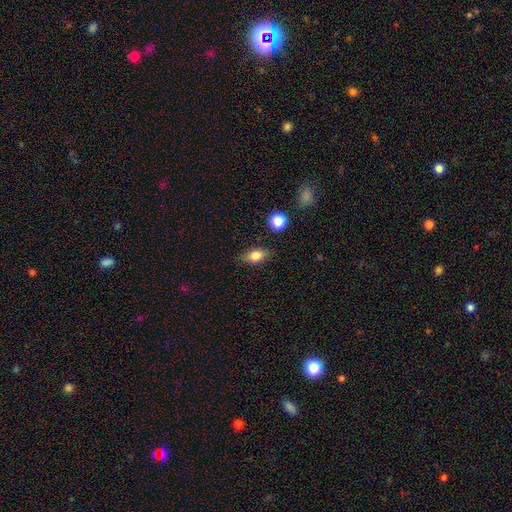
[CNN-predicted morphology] A smooth galaxy with no disk features (79%) that is in between round and cigar-shaped (78%). Merging: none (80%).